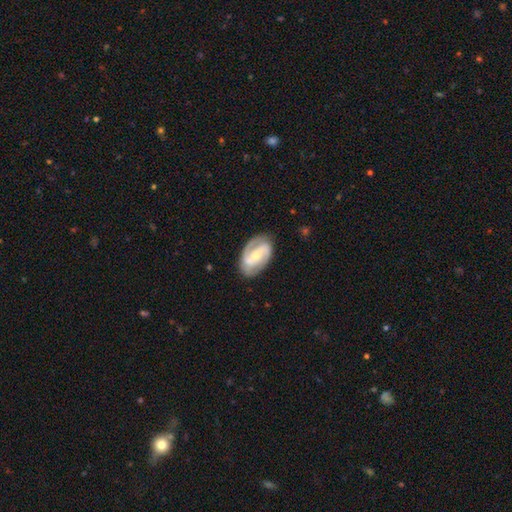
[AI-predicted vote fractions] smooth-or-featured: featured or disk: 82% | smooth: 14% | star or artifact: 5%
  disk-edge-on: no: 96% | yes: 4%
    bar: weak: 39% | strong: 34% | no: 27%
    has-spiral-arms: yes: 93% | no: 7%
      spiral-winding: medium: 47% | tight: 34% | loose: 19%
      spiral-arm-count: 2: 87% | can't tell: 6% | 3: 3% | 1: 2% | 4: 1% | more than 4: 1%
    bulge-size: small: 49% | moderate: 46% | large: 2% | none: 2% | dominant: 1%
  merging: none: 80% | minor disturbance: 15% | major disturbance: 4% | merger: 1%